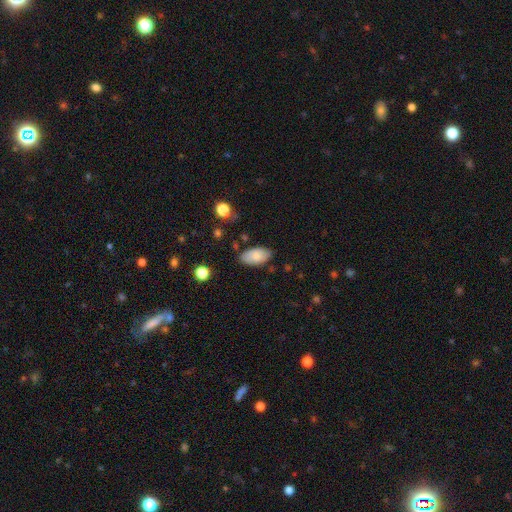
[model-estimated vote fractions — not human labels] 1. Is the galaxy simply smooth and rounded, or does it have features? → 83% smooth, 10% featured or disk, 7% star or artifact.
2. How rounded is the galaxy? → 95% in between, 3% round, 2% cigar-shaped.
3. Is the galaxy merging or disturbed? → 78% none, 16% minor disturbance, 3% major disturbance, 2% merger.